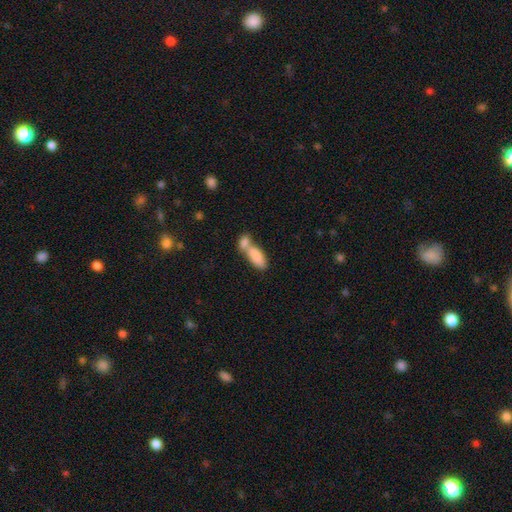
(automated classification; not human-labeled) The model was most divided on "merging": merger: 64%, none: 25%, minor disturbance: 8%, major disturbance: 4%. More confident: smooth or featured — smooth (83%); how rounded — in between (79%).